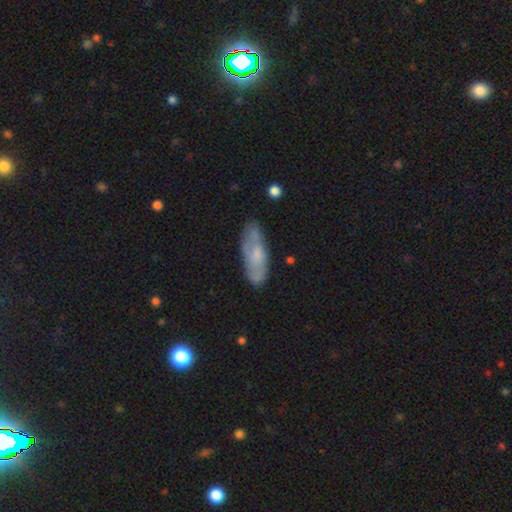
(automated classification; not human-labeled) Overall: smooth (52%; featured or disk 41%). How rounded: in between (64%; cigar-shaped 34%). Merging: none (74%).